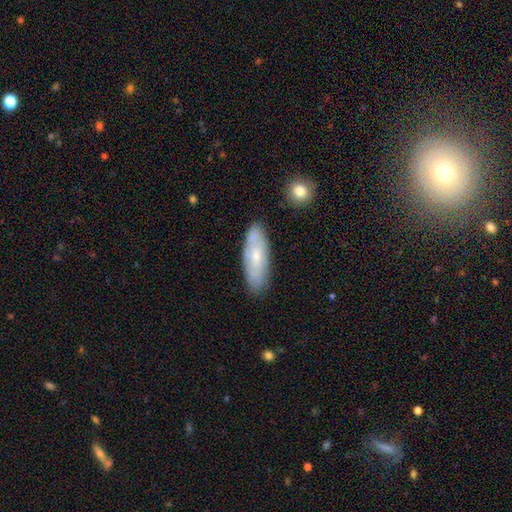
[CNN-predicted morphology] smooth-or-featured: smooth: 49% | featured or disk: 44% | star or artifact: 6%
  merging: none: 79% | minor disturbance: 15% | major disturbance: 3% | merger: 3%